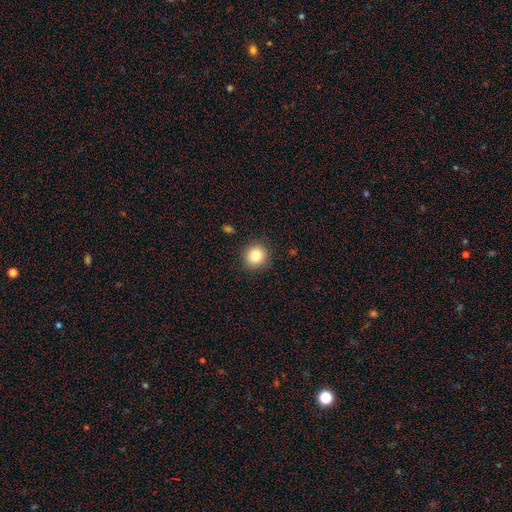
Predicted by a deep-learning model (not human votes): Smooth or featured? Predicted: smooth (p=0.83). How rounded? Predicted: round (p=0.91). Merging? Predicted: none (p=0.89).